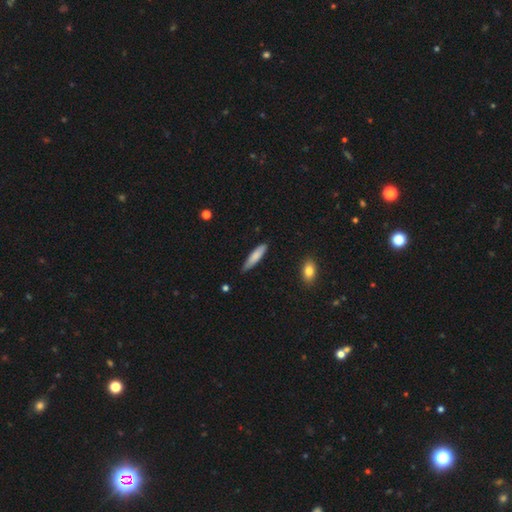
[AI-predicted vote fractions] smooth 80%, featured or disk 15%, star or artifact 6%. Down the decision tree: how rounded — cigar-shaped (81%); merging — none (81%).